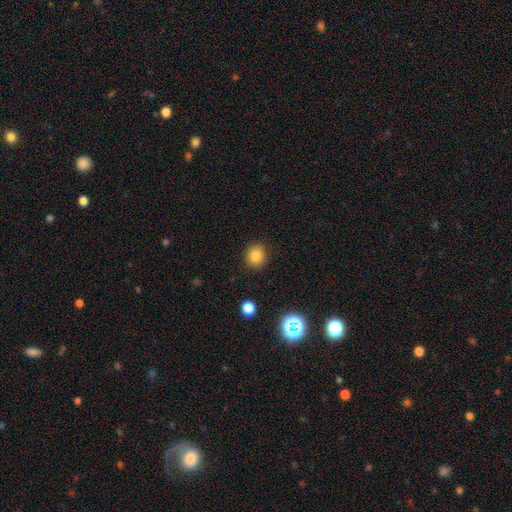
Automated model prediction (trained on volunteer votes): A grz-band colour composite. It shows a smooth galaxy with no disk features (84%) that is round (81%). Merging: none (89%).